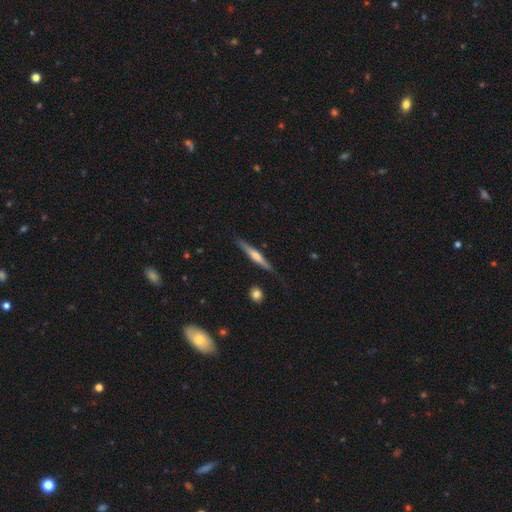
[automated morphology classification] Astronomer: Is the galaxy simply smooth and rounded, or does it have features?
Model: featured or disk — 60%.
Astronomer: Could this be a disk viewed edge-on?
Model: yes — 96%.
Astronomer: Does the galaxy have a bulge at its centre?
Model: rounded — 66%.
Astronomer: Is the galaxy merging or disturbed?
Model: none — 82%.